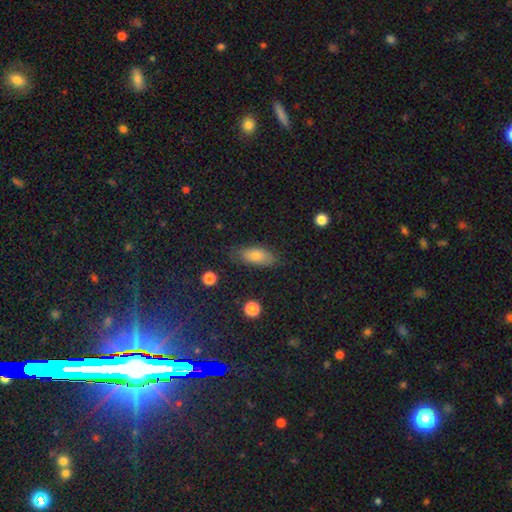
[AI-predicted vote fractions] The model was most divided on "smooth or featured": smooth: 72%, featured or disk: 17%, star or artifact: 11%. More confident: how rounded — in between (81%); merging — none (77%).